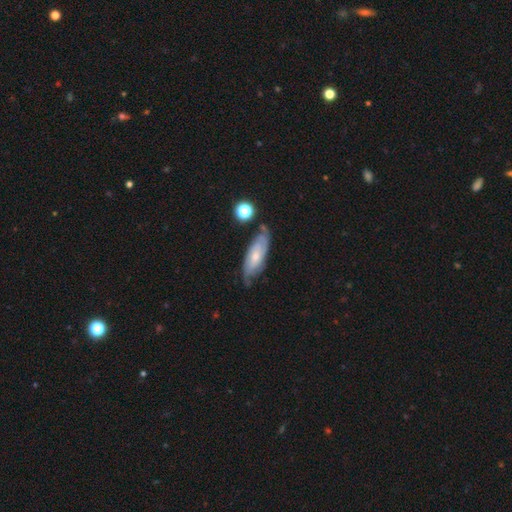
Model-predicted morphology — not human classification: type=featured or disk (61%); edge-on=no (82%); bar=no (68%); spiral arms=yes (85%); bulge=small (60%); merging=none (65%).